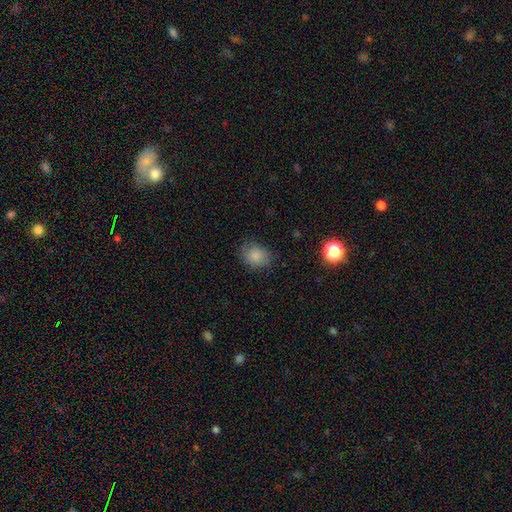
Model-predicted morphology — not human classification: smooth_or_featured: smooth (p=0.85) [alt: star or artifact p=0.10]
how_rounded: round (p=0.53) [alt: in between p=0.46]
merging: none (p=0.78) [alt: minor disturbance p=0.17]